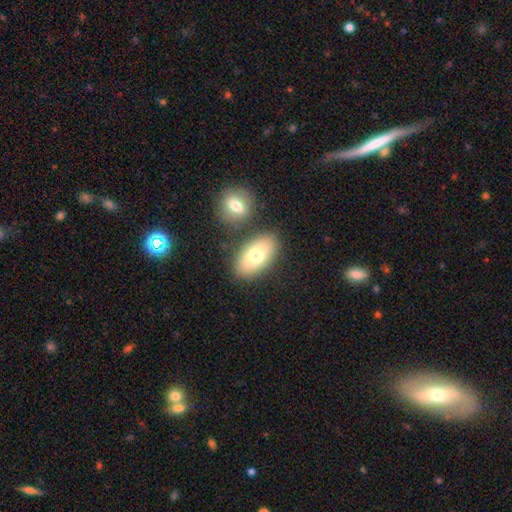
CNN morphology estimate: Overall: smooth (73%). How rounded: in between (91%). Merging: none (74%).